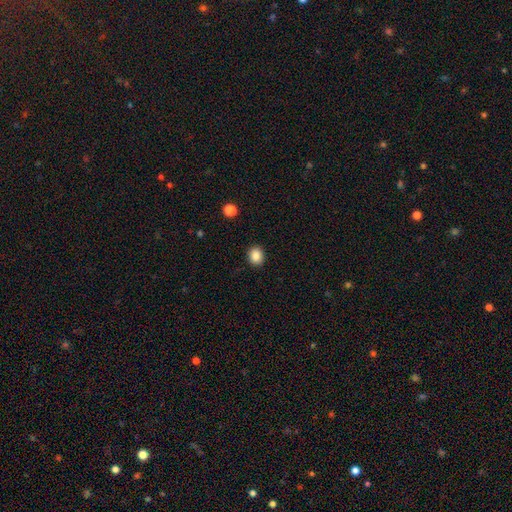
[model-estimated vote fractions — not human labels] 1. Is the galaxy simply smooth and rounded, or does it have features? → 86% smooth, 10% star or artifact, 4% featured or disk.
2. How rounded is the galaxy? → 64% round, 35% in between, 1% cigar-shaped.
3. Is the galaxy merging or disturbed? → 90% none, 6% minor disturbance, 2% major disturbance, 1% merger.